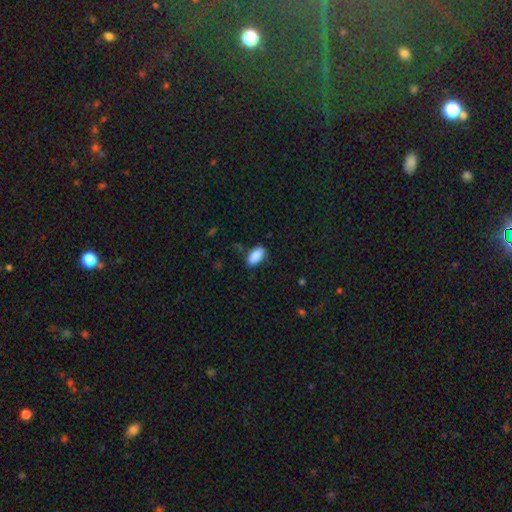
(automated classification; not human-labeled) The model was most divided on "merging": none: 83%, minor disturbance: 13%, major disturbance: 3%, merger: 2%. More confident: smooth or featured — smooth (90%); how rounded — in between (89%).